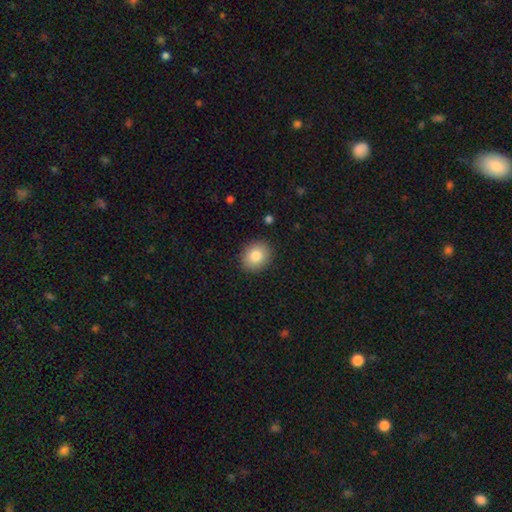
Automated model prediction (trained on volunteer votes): A smooth galaxy with no disk features (83%) that is round (64%). Merging: none (89%).